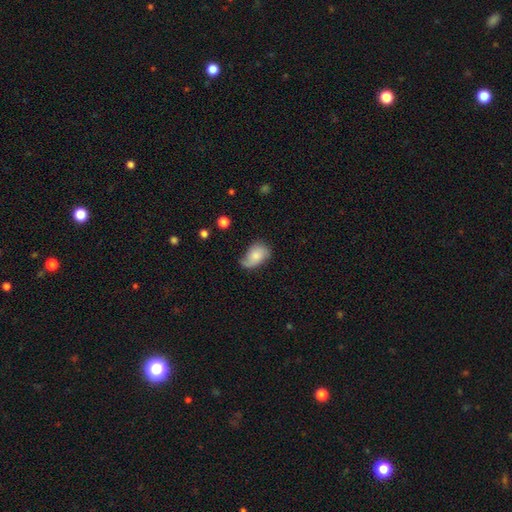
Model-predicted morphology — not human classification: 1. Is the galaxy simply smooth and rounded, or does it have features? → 65% smooth, 28% featured or disk, 8% star or artifact.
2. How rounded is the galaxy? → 87% in between, 11% round, 2% cigar-shaped.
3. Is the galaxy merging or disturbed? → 46% none, 37% minor disturbance, 14% major disturbance, 3% merger.